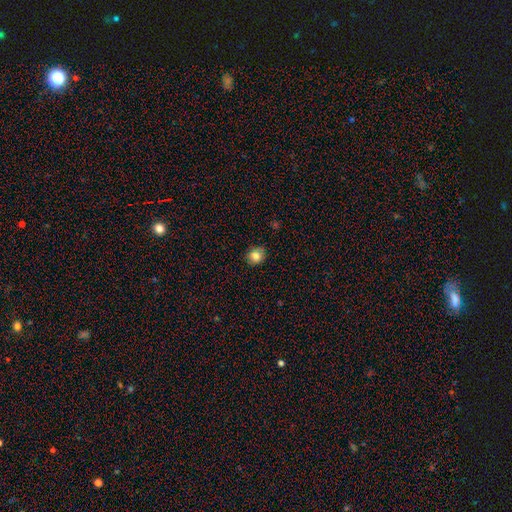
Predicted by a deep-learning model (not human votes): Morphology: type=smooth (81%); roundness=round (75%); merging=none (85%).